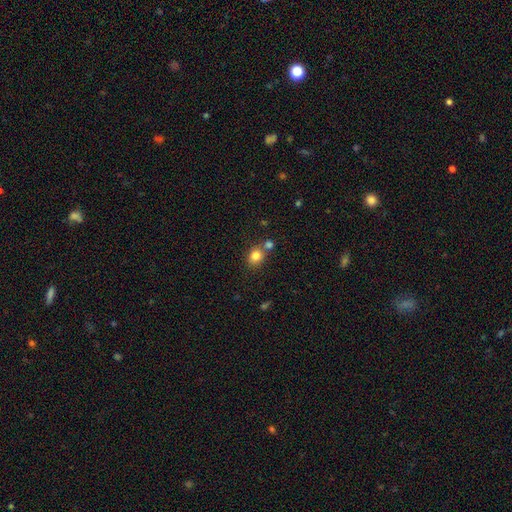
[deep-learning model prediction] Smooth or featured? Predicted: smooth (p=0.81). How rounded? Predicted: round (p=0.64). Merging? Predicted: none (p=0.60).